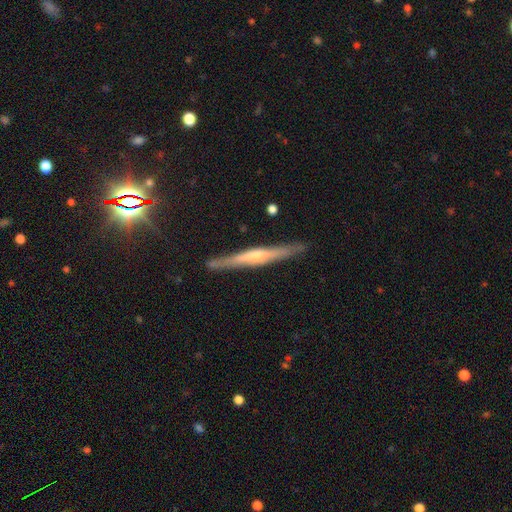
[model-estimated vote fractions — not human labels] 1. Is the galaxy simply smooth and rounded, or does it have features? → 72% featured or disk, 18% smooth, 10% star or artifact.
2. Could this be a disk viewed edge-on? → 97% yes, 3% no.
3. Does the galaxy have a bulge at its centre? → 71% rounded, 20% none, 9% boxy.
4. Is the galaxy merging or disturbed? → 87% none, 10% minor disturbance, 2% major disturbance, 2% merger.